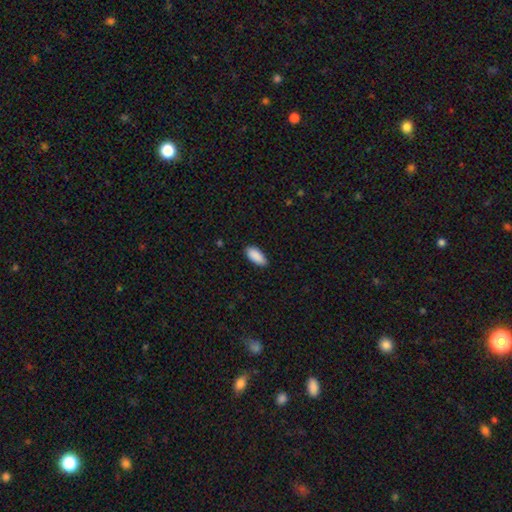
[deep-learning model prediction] A smooth galaxy with no disk features (90%) that is in between round and cigar-shaped (89%). Merging: none (86%).